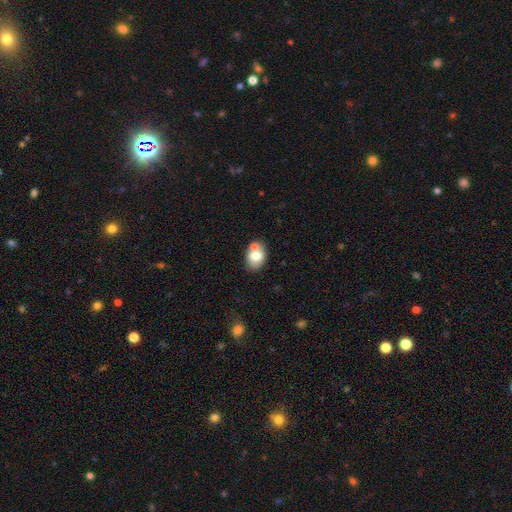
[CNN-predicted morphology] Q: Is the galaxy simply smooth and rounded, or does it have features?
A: smooth — 72%.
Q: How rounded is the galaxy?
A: in between — 74%.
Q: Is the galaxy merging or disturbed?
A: none — 54%.